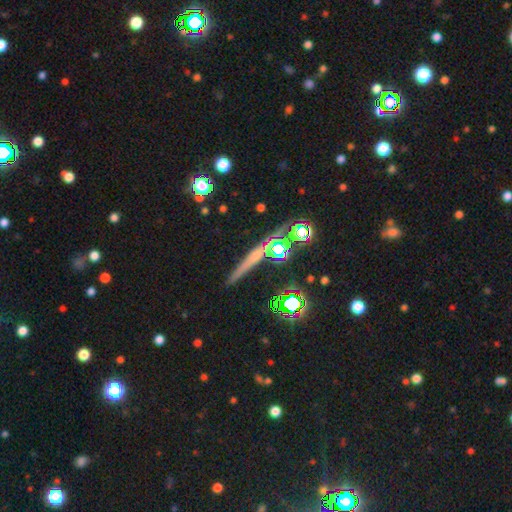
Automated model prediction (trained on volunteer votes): This appears to be a smooth galaxy with no disk features (39%). Merging: none (79%).